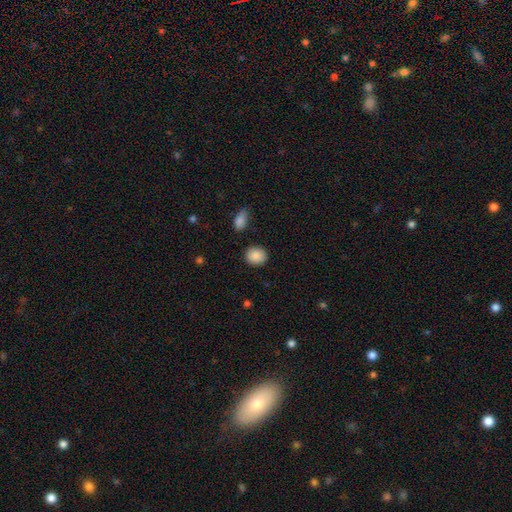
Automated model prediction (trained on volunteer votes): This appears to be a smooth galaxy with no disk features (89%) that is round (71%). Merging: none (87%).